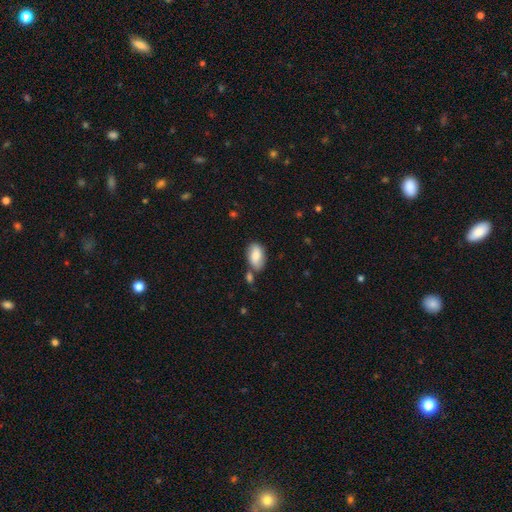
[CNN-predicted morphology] Smooth or featured: smooth — 76% (featured or disk — 17%)
How rounded: in between — 92% (round — 6%)
Merging: none — 64% (minor disturbance — 17%)